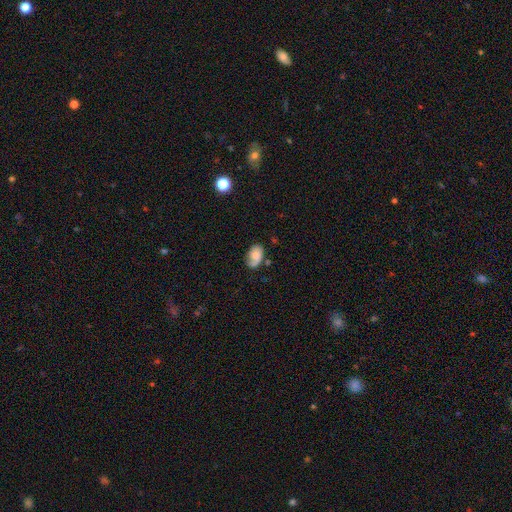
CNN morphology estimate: This appears to be a smooth galaxy with no disk features (54%) that is in between round and cigar-shaped (87%). Merging: none (54%).